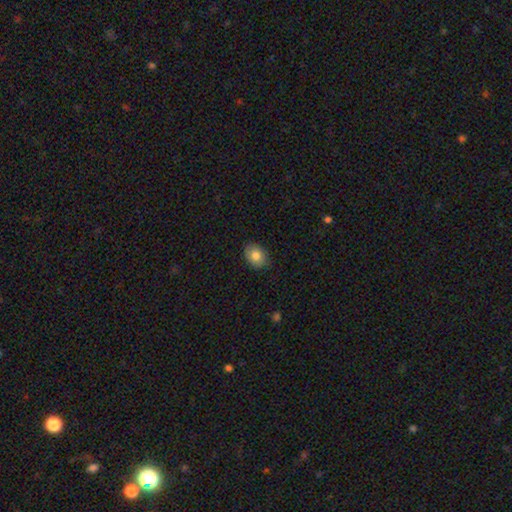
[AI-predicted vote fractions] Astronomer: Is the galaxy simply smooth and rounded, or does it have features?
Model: smooth — 81%.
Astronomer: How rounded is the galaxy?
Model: in between — 69%.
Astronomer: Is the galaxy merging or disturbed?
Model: none — 87%.